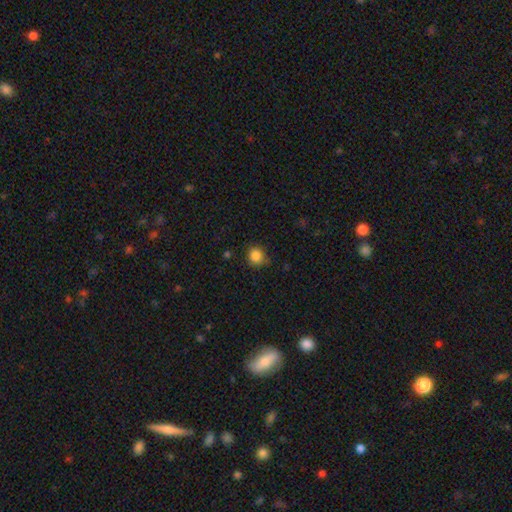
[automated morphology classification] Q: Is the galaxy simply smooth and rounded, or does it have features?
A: smooth — 85%.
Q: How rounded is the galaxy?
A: round — 87%.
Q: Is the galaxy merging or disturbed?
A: none — 79%.